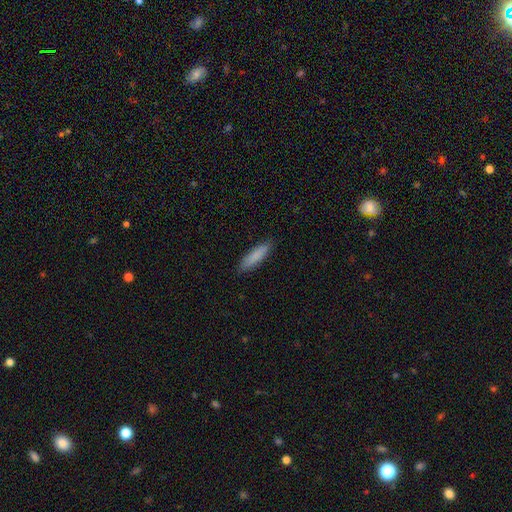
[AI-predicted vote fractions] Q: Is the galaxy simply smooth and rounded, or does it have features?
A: smooth — 85%.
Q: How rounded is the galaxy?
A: cigar-shaped — 73%.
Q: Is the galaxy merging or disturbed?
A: none — 88%.